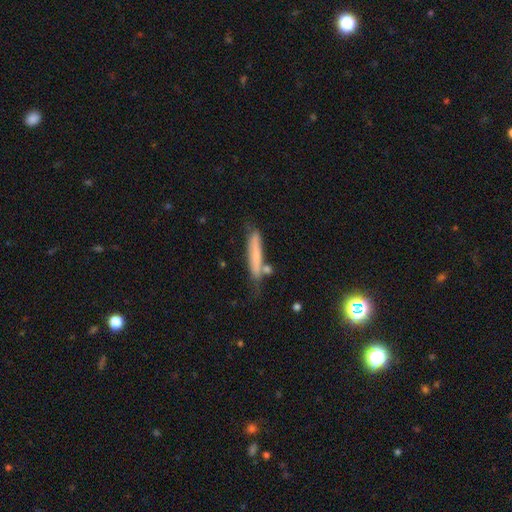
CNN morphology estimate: A smooth galaxy with no disk features (62%) that is cigar-shaped (91%). Merging: none (64%).